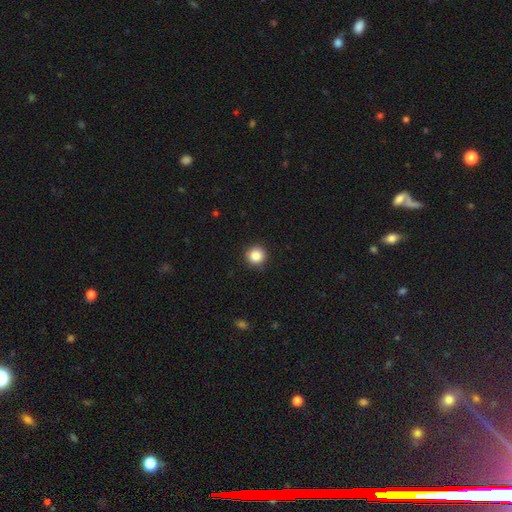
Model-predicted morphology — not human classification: type=smooth (86%); roundness=round (95%); merging=none (91%).